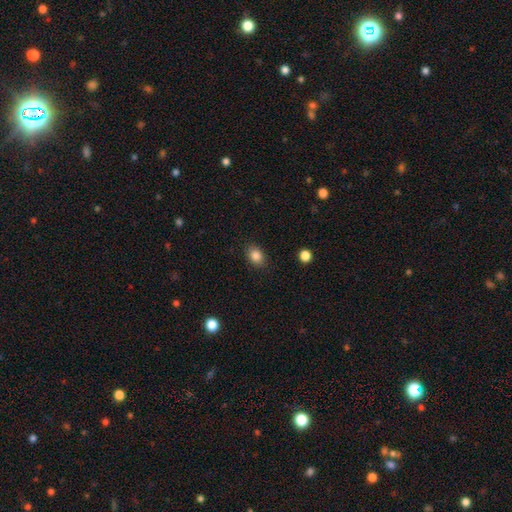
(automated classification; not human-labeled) Morphology: type=smooth (85%); roundness=in between (69%); merging=none (87%).